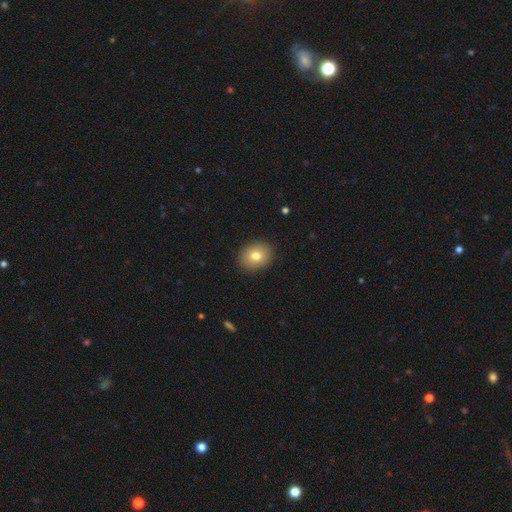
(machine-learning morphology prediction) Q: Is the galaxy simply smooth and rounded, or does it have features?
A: smooth — 77%.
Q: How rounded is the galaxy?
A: round — 57%.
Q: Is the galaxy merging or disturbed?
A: none — 91%.